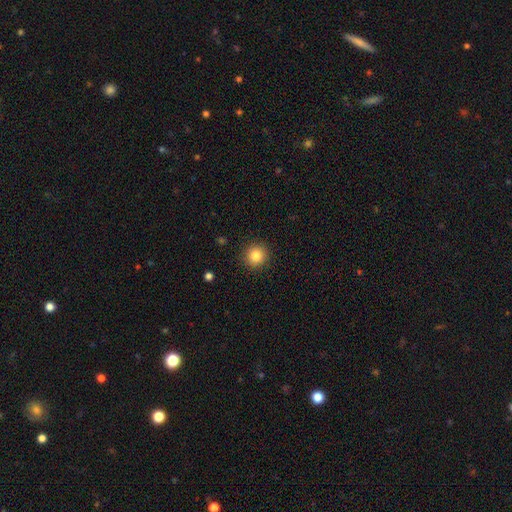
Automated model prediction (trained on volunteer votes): A smooth galaxy with no disk features (85%) that is round (93%). Merging: none (91%).